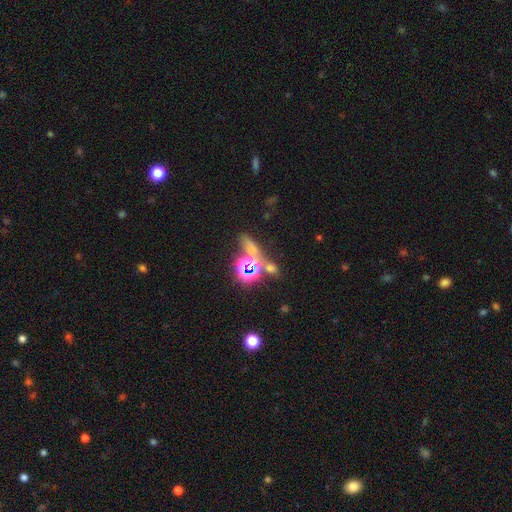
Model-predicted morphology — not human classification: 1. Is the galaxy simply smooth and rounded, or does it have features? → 65% star or artifact, 20% smooth, 15% featured or disk.